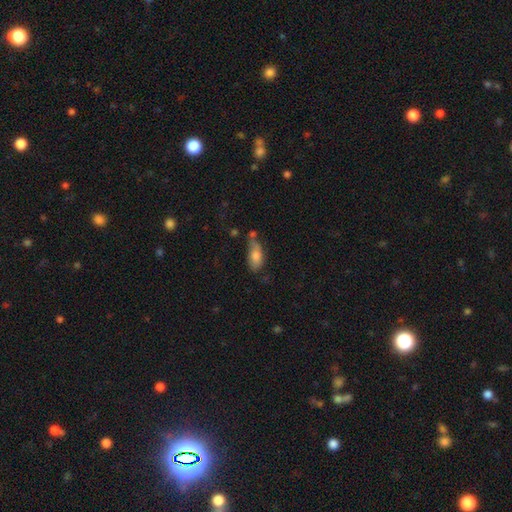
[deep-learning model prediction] A smooth galaxy with no disk features (76%) that is in between round and cigar-shaped (83%). Merging: none (37%).